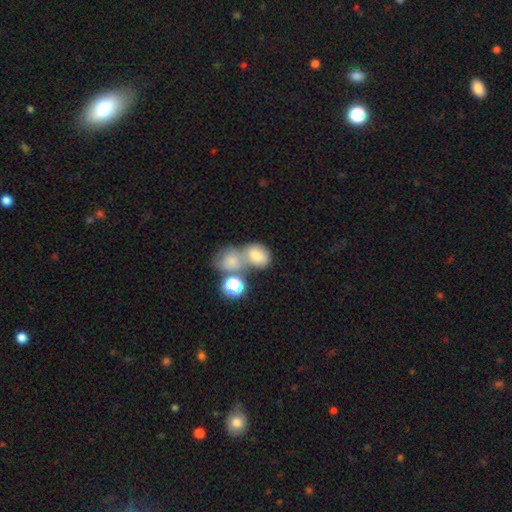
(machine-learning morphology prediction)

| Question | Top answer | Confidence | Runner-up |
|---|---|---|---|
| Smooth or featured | smooth | 69% | star or artifact (16%) |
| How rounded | in between | 62% | round (36%) |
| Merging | merger | 53% | none (31%) |